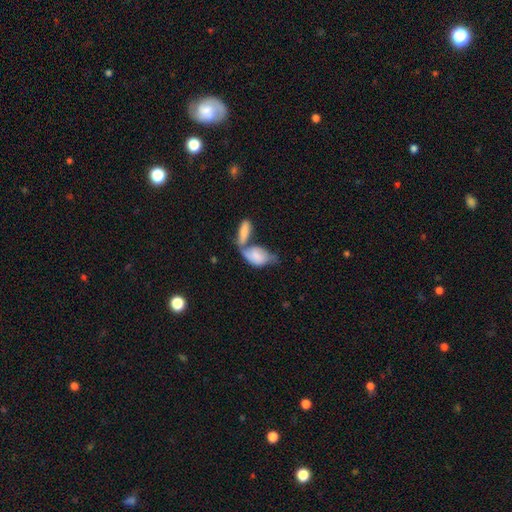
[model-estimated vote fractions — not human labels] A smooth galaxy with no disk features (69%) that is in between round and cigar-shaped (89%). Merging: merger (60%).